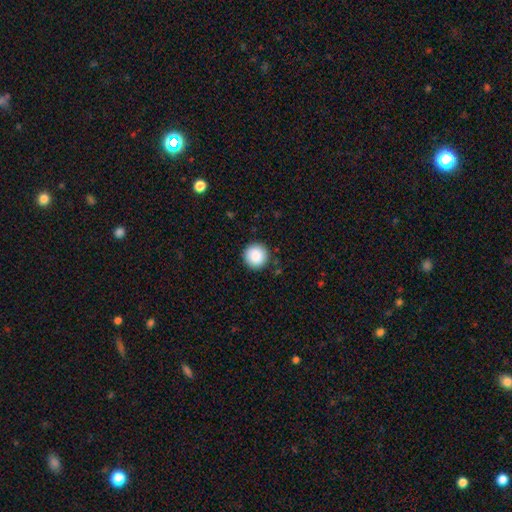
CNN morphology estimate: smooth_or_featured: smooth (p=0.88) [alt: star or artifact p=0.08]
how_rounded: round (p=0.96) [alt: in between p=0.03]
merging: none (p=0.91) [alt: minor disturbance p=0.06]